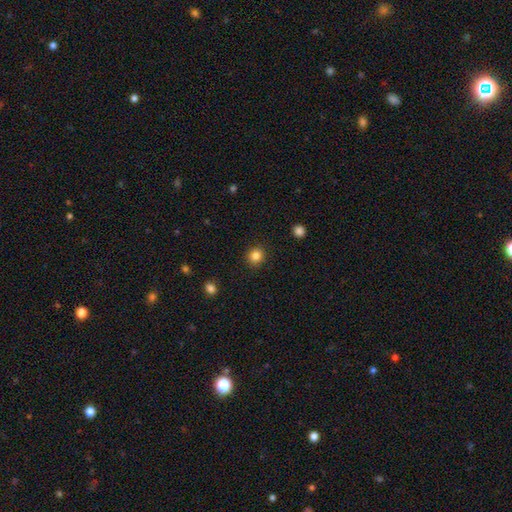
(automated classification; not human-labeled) The model was most divided on "smooth or featured": smooth: 84%, star or artifact: 11%, featured or disk: 5%. More confident: merging — none (91%); how rounded — round (87%).